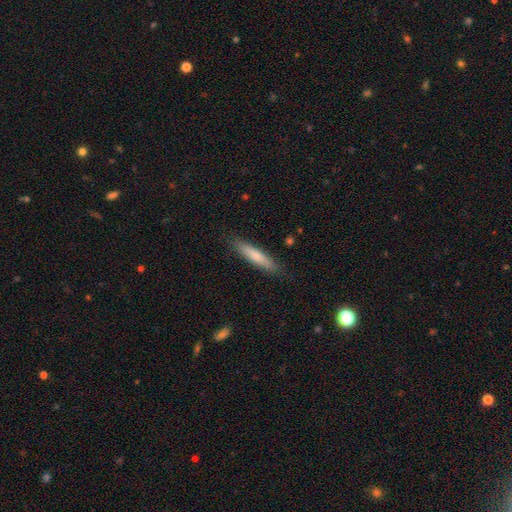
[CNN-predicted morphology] Q: Smooth or featured?
A: smooth (74%); runner-up: featured or disk (20%)
Q: How rounded?
A: cigar-shaped (86%); runner-up: in between (13%)
Q: Merging?
A: none (86%); runner-up: minor disturbance (10%)